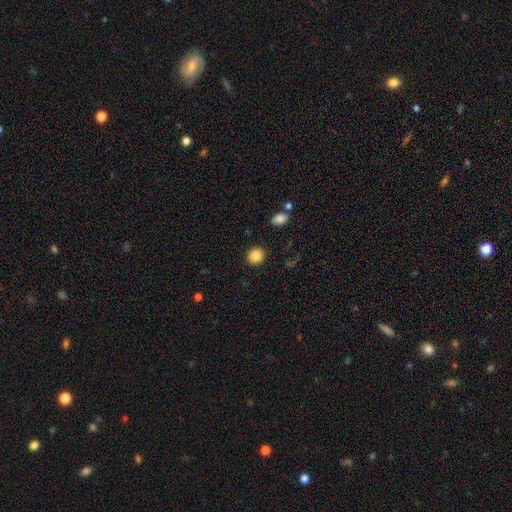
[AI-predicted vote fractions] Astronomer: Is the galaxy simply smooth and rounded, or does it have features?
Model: smooth — 86%.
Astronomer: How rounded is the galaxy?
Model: round — 83%.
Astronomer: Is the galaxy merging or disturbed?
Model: none — 90%.